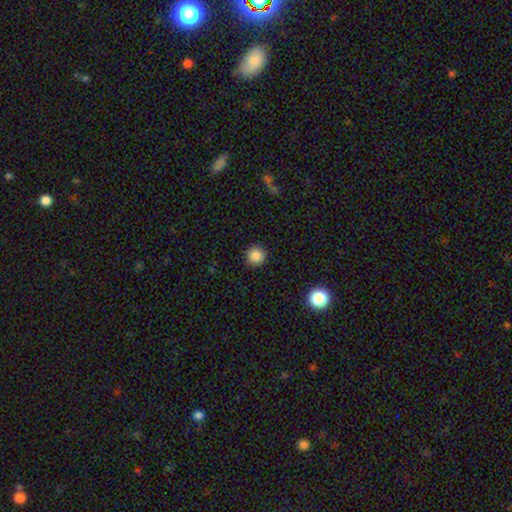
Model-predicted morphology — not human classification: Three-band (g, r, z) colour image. It shows a smooth galaxy with no disk features (86%) that is round (95%). Merging: none (92%).